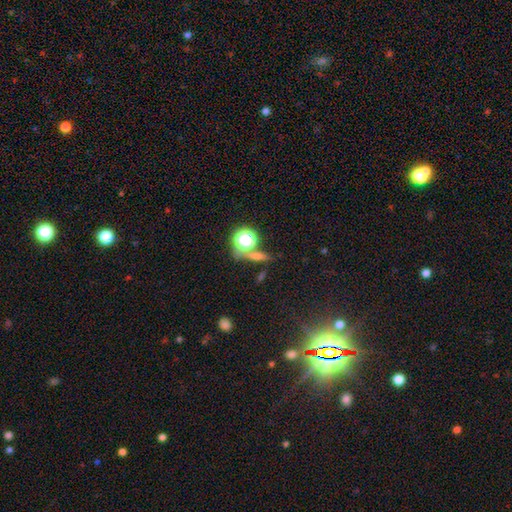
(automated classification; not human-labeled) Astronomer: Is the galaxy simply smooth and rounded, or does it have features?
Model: star or artifact — 42% (runner-up: smooth, 39%).